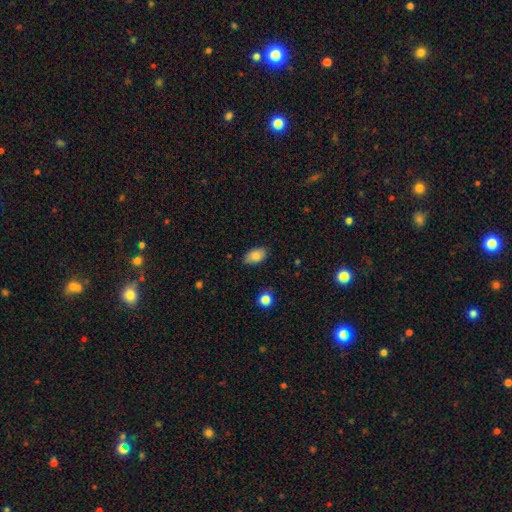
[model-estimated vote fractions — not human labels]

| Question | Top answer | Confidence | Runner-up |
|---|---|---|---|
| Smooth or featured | smooth | 83% | featured or disk (10%) |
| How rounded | in between | 92% | round (7%) |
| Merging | none | 82% | minor disturbance (14%) |